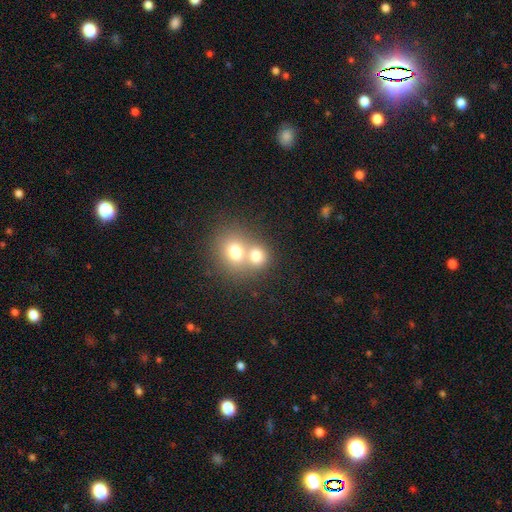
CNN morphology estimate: Smooth or featured? smooth (73%)
How rounded? round (73%)
Merging? merger (60%)